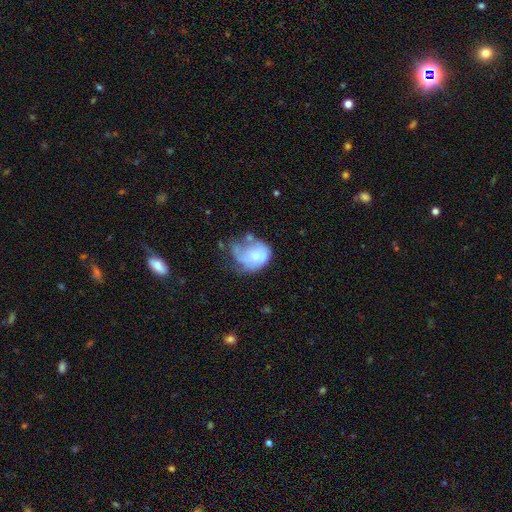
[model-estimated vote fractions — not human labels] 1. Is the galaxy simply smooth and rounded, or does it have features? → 50% smooth, 41% featured or disk, 9% star or artifact.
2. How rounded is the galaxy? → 51% in between, 48% round, 1% cigar-shaped.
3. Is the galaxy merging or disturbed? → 41% major disturbance, 27% minor disturbance, 19% none, 13% merger.